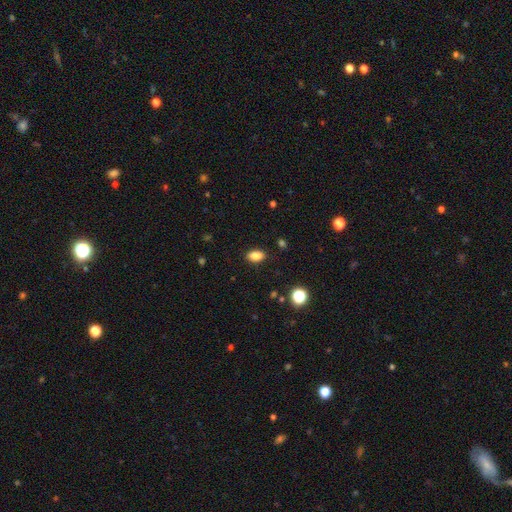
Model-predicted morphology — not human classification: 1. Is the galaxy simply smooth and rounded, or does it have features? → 86% smooth, 10% star or artifact, 4% featured or disk.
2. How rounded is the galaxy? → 88% in between, 10% round, 2% cigar-shaped.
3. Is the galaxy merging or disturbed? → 88% none, 9% minor disturbance, 2% major disturbance, 1% merger.